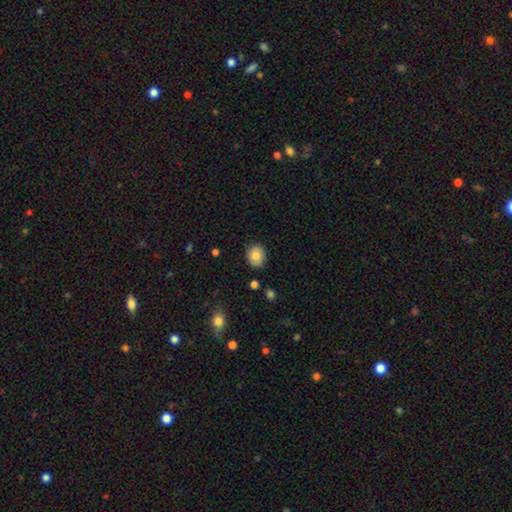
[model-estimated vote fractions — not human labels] smooth_or_featured: smooth (p=0.82) [alt: featured or disk p=0.09]
how_rounded: round (p=0.62) [alt: in between p=0.37]
merging: none (p=0.83) [alt: minor disturbance p=0.13]